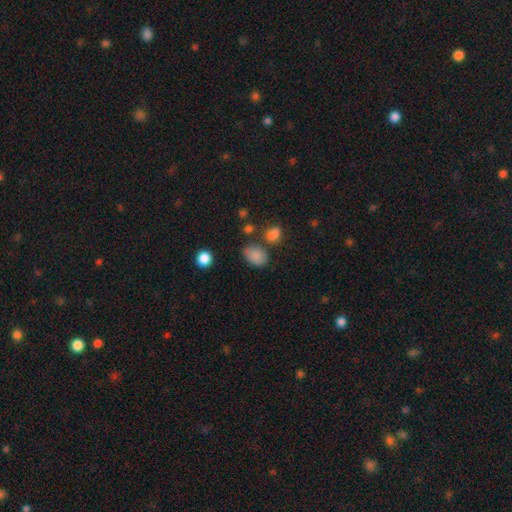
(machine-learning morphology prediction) smooth-or-featured: smooth: 84% | star or artifact: 10% | featured or disk: 6%
  how-rounded: in between: 76% | round: 23% | cigar-shaped: 1%
  merging: none: 64% | minor disturbance: 20% | merger: 10% | major disturbance: 6%